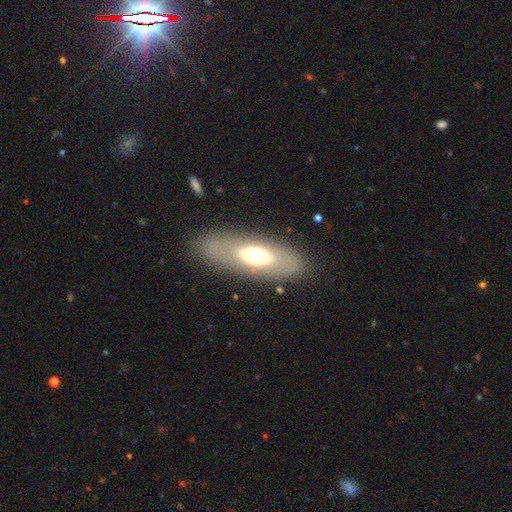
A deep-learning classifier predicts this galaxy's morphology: Smooth or featured? Predicted: smooth (p=0.52). How rounded? Predicted: in between (p=0.77). Merging? Predicted: none (p=0.82).